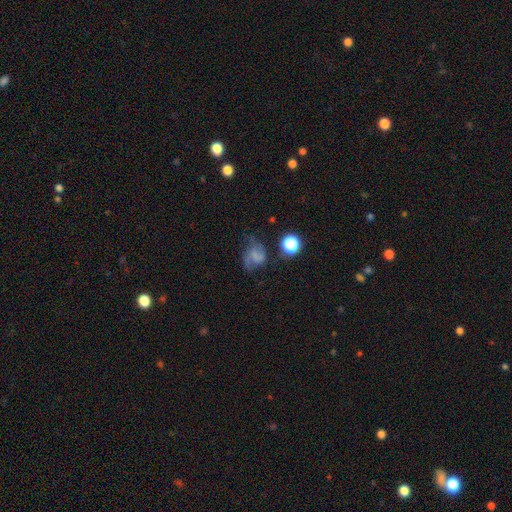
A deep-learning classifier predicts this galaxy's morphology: smooth_or_featured: featured or disk (p=0.42) [alt: smooth p=0.41]
merging: none (p=0.45) [alt: minor disturbance p=0.25]